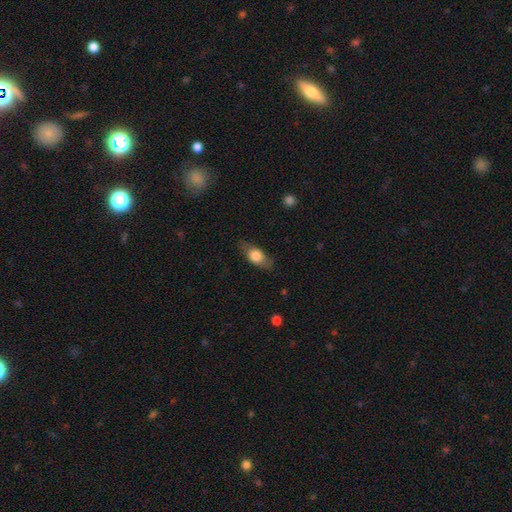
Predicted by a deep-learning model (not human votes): smooth_or_featured: smooth (p=0.65) [alt: featured or disk p=0.28]
how_rounded: in between (p=0.76) [alt: cigar-shaped p=0.14]
merging: none (p=0.76) [alt: minor disturbance p=0.17]